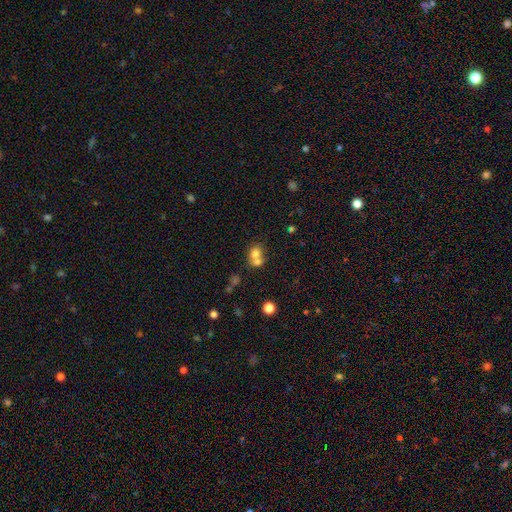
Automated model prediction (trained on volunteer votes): This appears to be a smooth galaxy with no disk features (73%) that is round (67%). Merging: merger (58%).